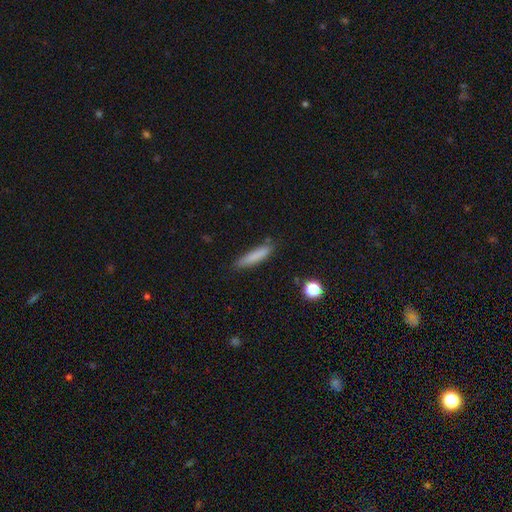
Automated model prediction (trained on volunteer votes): Overall: smooth (80%). How rounded: cigar-shaped (85%). Merging: none (79%).